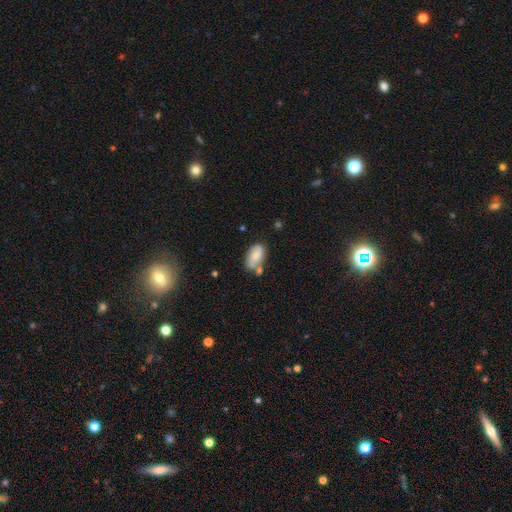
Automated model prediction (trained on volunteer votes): Smooth or featured?
  - smooth: 67% *
  - featured or disk: 25%
  - star or artifact: 8%
How rounded?
  - in between: 91% *
  - round: 5%
  - cigar-shaped: 4%
Merging?
  - none: 46% *
  - minor disturbance: 24%
  - merger: 23%
  - major disturbance: 8%